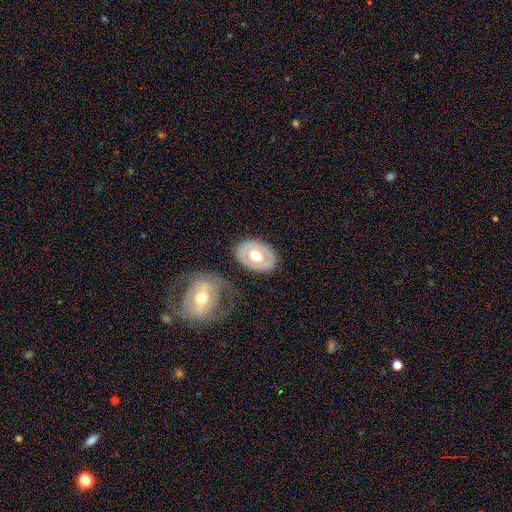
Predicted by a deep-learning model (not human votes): Smooth or featured: featured or disk — 54% (smooth — 41%)
Edge-on disk: no — 91% (yes — 9%)
Merging: none — 77% (minor disturbance — 13%)